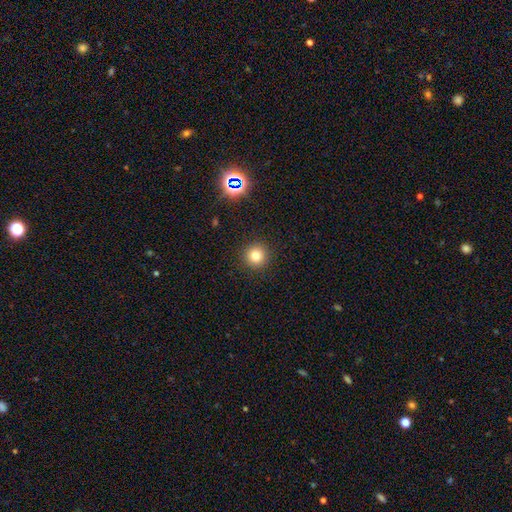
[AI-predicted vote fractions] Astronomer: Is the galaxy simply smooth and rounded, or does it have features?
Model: smooth — 79%.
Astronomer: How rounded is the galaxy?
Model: round — 95%.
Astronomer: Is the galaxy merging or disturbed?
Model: none — 92%.